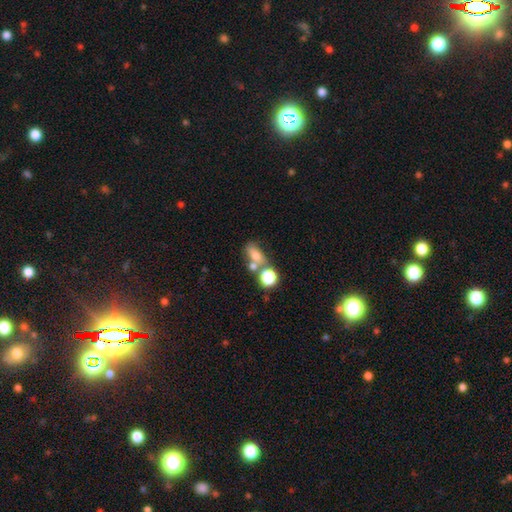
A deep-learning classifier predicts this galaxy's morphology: A smooth galaxy with no disk features (69%) that is in between round and cigar-shaped (67%). Merging: none (43%).